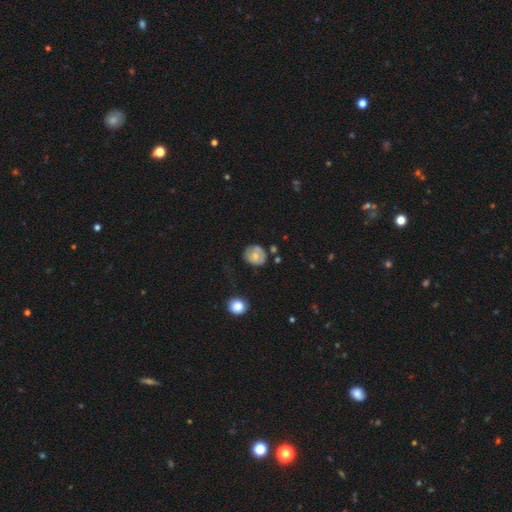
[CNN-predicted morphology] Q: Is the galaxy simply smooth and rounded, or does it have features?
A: smooth — 57%.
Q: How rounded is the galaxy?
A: round — 75%.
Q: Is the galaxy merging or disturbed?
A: none — 64%.